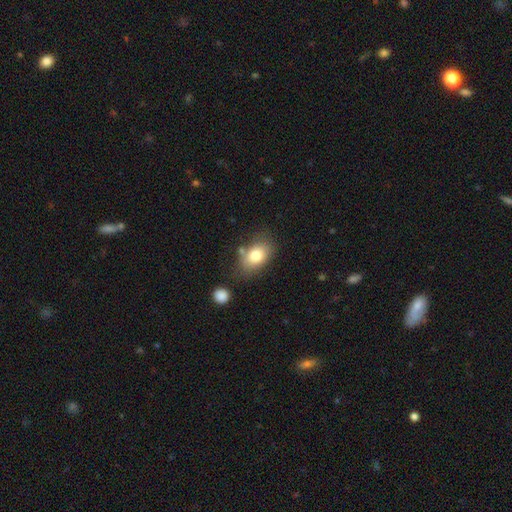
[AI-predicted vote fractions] Smooth or featured: smooth — 79% (featured or disk — 13%)
How rounded: in between — 81% (round — 18%)
Merging: none — 69% (minor disturbance — 18%)